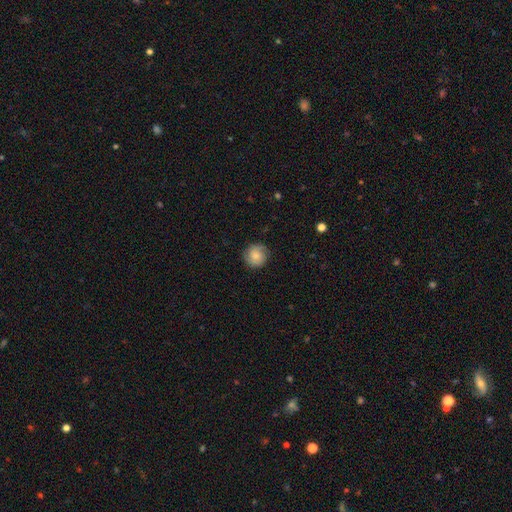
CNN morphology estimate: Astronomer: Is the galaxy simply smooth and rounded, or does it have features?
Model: smooth — 56% (runner-up: featured or disk, 36%).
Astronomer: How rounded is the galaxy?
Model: round — 91%.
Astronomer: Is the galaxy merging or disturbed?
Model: none — 84%.